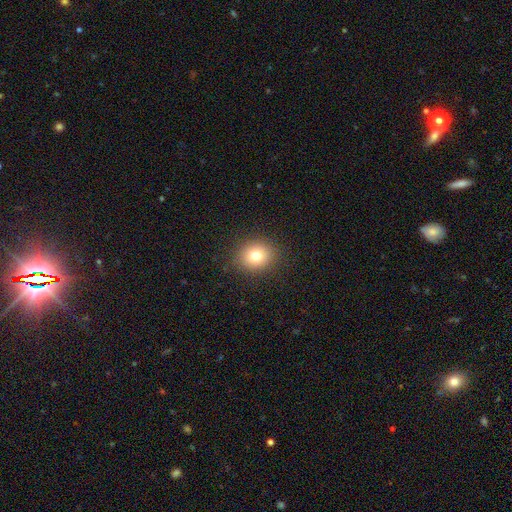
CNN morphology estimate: Overall: smooth (77%). How rounded: round (71%). Merging: none (89%).